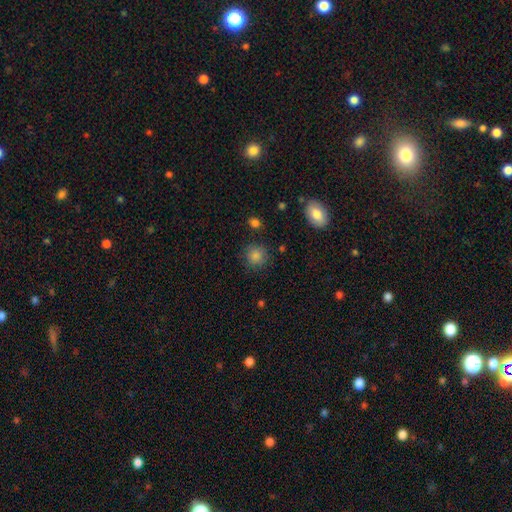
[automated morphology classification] Smooth or featured?
  - smooth: 85% *
  - star or artifact: 11%
  - featured or disk: 4%
How rounded?
  - round: 91% *
  - in between: 8%
  - cigar-shaped: 1%
Merging?
  - none: 85% *
  - minor disturbance: 9%
  - major disturbance: 3%
  - merger: 2%